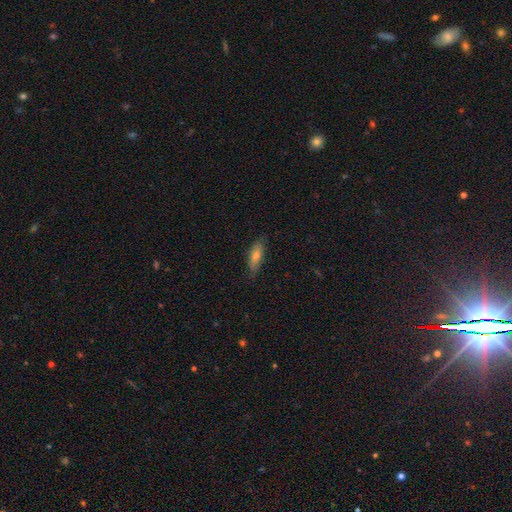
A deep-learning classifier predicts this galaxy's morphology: smooth_or_featured: smooth (p=0.65) [alt: featured or disk p=0.27]
how_rounded: in between (p=0.54) [alt: cigar-shaped p=0.44]
merging: none (p=0.78) [alt: minor disturbance p=0.17]